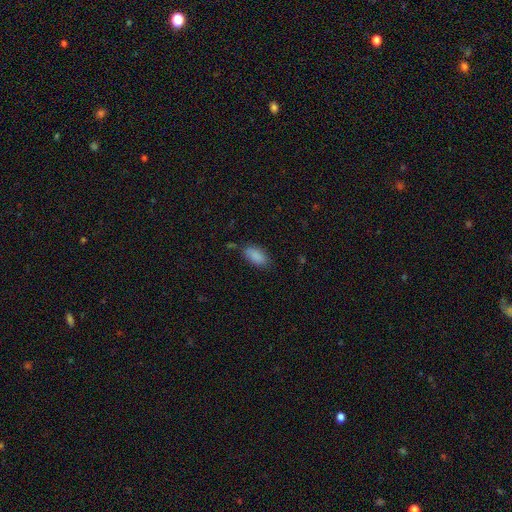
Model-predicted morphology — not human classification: Smooth or featured? Predicted: smooth (p=0.88). How rounded? Predicted: in between (p=0.92). Merging? Predicted: none (p=0.78).